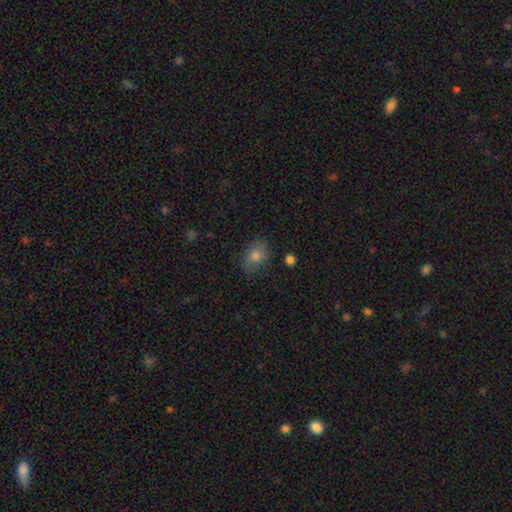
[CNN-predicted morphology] smooth 76%, star or artifact 12%, featured or disk 12%. Down the decision tree: how rounded — in between (71%); merging — none (77%).